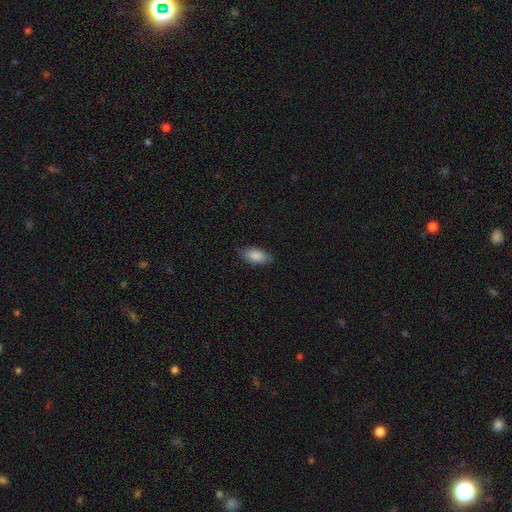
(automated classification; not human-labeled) smooth-or-featured: smooth: 87% | star or artifact: 6% | featured or disk: 6%
  how-rounded: in between: 92% | cigar-shaped: 6% | round: 3%
  merging: none: 84% | minor disturbance: 12% | major disturbance: 3% | merger: 1%